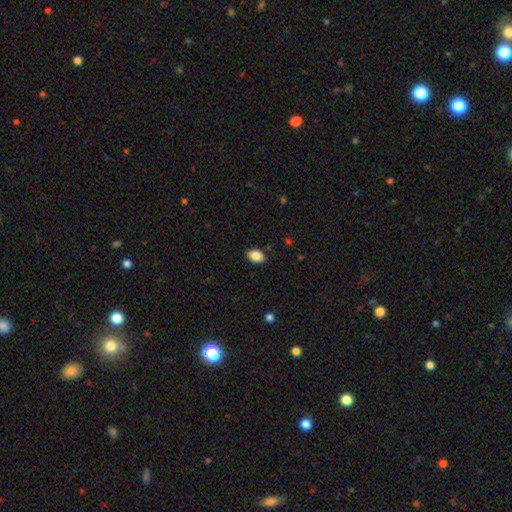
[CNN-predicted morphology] A smooth galaxy with no disk features (88%) that is in between round and cigar-shaped (88%). Merging: none (88%).